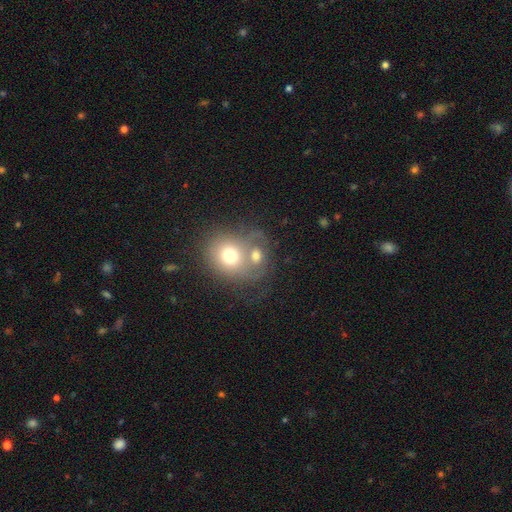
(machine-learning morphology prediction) Q: Smooth or featured?
A: smooth (60%); runner-up: featured or disk (29%)
Q: How rounded?
A: round (61%); runner-up: in between (38%)
Q: Merging?
A: merger (60%); runner-up: none (22%)